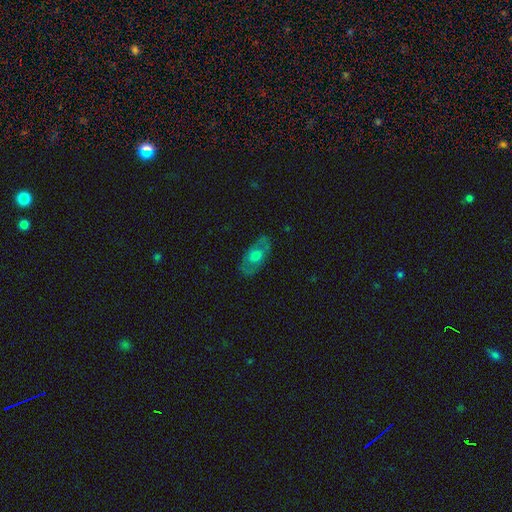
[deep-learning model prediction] Q: Smooth or featured?
A: smooth (53%); runner-up: featured or disk (40%)
Q: How rounded?
A: in between (88%); runner-up: round (8%)
Q: Merging?
A: none (80%); runner-up: minor disturbance (14%)